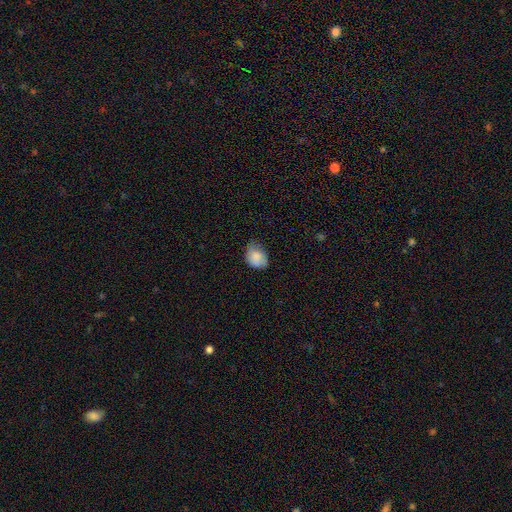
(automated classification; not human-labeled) Morphology: type=smooth (80%); roundness=in between (62%); merging=none (50%).